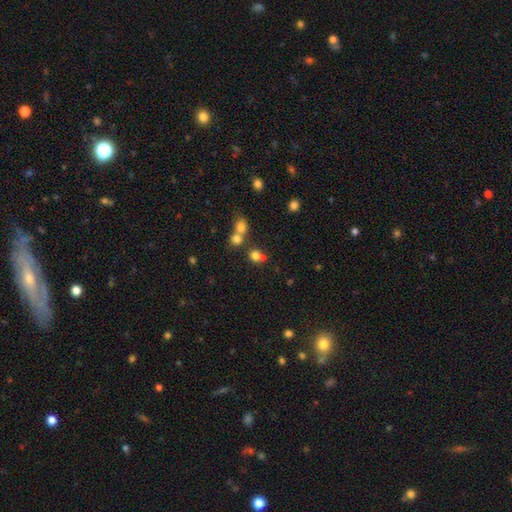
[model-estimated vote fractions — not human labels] The model was most divided on "merging": none: 52%, merger: 37%, minor disturbance: 8%, major disturbance: 4%. More confident: how rounded — round (84%); smooth or featured — smooth (74%).